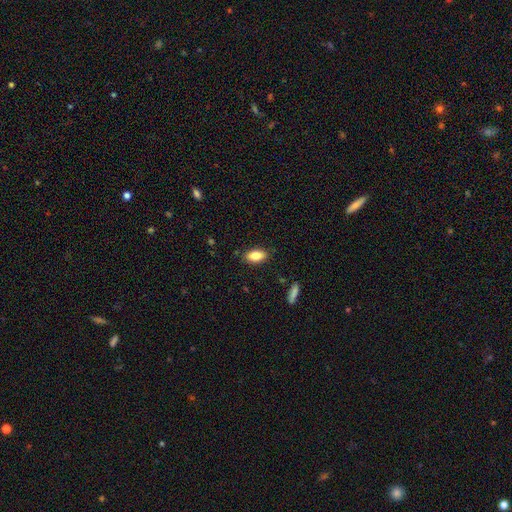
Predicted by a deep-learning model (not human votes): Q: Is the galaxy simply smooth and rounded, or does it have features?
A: smooth — 81%.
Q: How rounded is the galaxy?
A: in between — 88%.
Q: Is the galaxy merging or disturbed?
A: none — 86%.